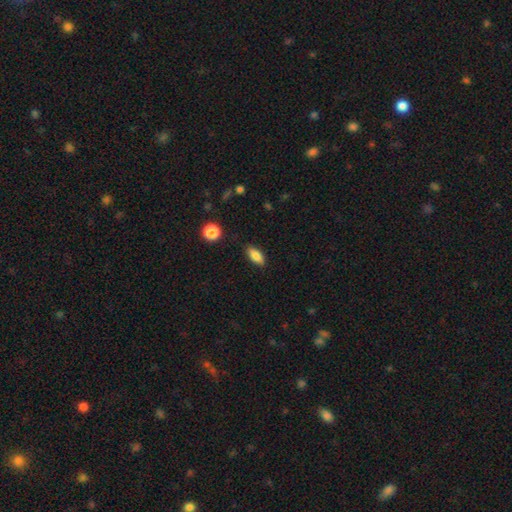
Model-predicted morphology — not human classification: Smooth or featured? Predicted: smooth (p=0.83). How rounded? Predicted: in between (p=0.83). Merging? Predicted: none (p=0.86).